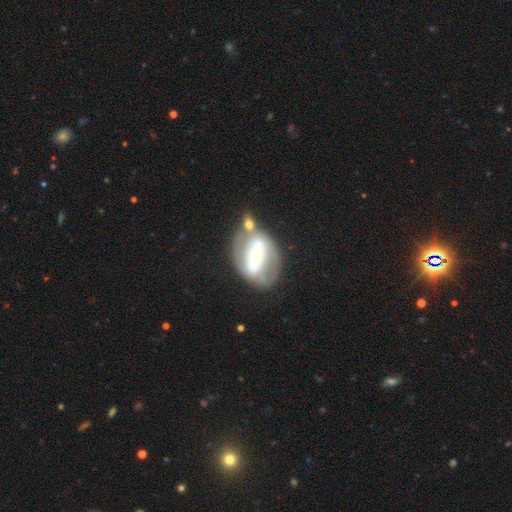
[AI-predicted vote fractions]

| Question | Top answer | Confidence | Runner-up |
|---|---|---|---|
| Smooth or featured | featured or disk | 69% | smooth (26%) |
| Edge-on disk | no | 95% | yes (5%) |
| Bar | no | 54% | weak (24%) |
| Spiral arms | no | 57% | yes (43%) |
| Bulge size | moderate | 58% | small (33%) |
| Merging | none | 47% | merger (22%) |